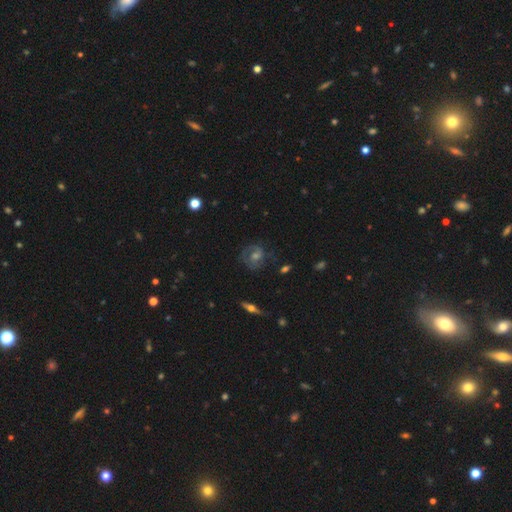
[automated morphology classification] Smooth or featured?
  - featured or disk: 60% *
  - smooth: 25%
  - star or artifact: 15%
Edge-on disk?
  - no: 94% *
  - yes: 6%
Bar?
  - no: 63% *
  - weak: 30%
  - strong: 7%
Spiral arms?
  - yes: 75% *
  - no: 25%
Bulge size?
  - moderate: 56% *
  - small: 30%
  - large: 8%
  - none: 4%
  - dominant: 2%
Merging?
  - none: 73% *
  - minor disturbance: 17%
  - major disturbance: 9%
  - merger: 2%